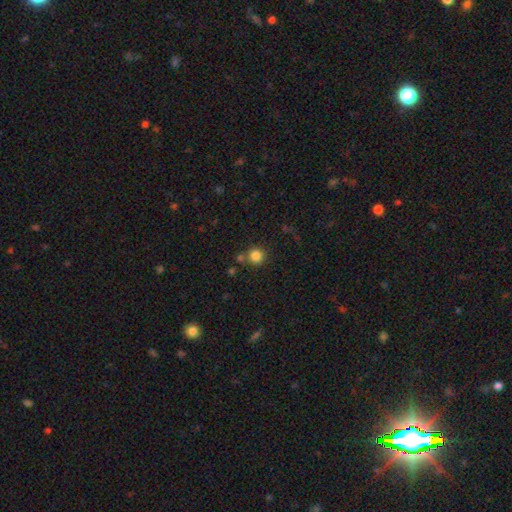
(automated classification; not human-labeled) A smooth galaxy with no disk features (83%) that is round (93%). Merging: none (74%).